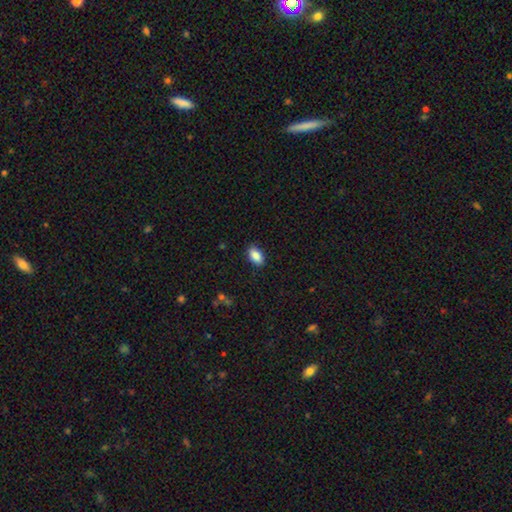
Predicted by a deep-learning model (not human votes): Smooth or featured?
  - smooth: 88% *
  - star or artifact: 7%
  - featured or disk: 4%
How rounded?
  - in between: 91% *
  - round: 6%
  - cigar-shaped: 3%
Merging?
  - none: 88% *
  - minor disturbance: 9%
  - major disturbance: 2%
  - merger: 1%